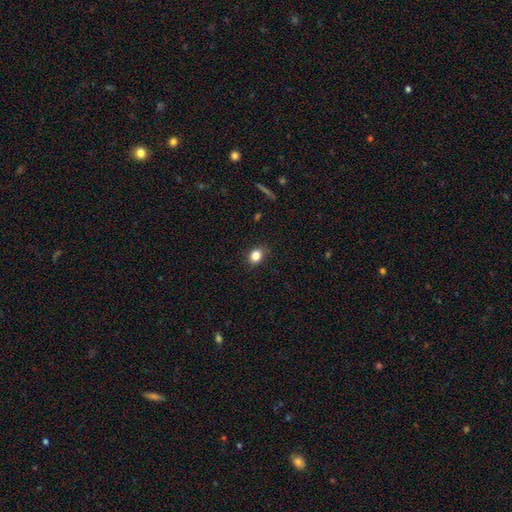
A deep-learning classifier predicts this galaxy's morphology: The model was most divided on "how rounded": round: 51%, in between: 47%, cigar-shaped: 1%. More confident: merging — none (85%); smooth or featured — smooth (83%).